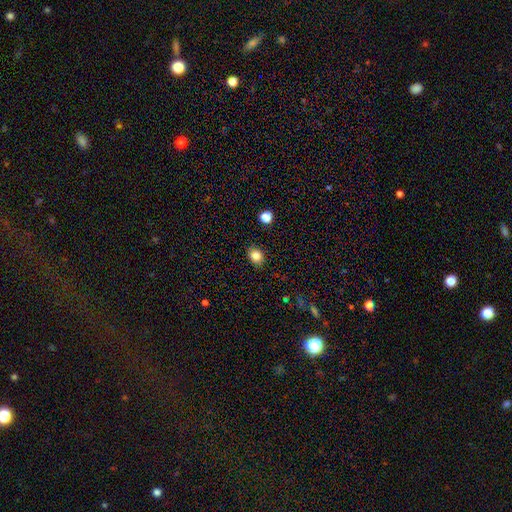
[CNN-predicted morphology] Smooth or featured? smooth (83%)
How rounded? round (51%)
Merging? none (86%)